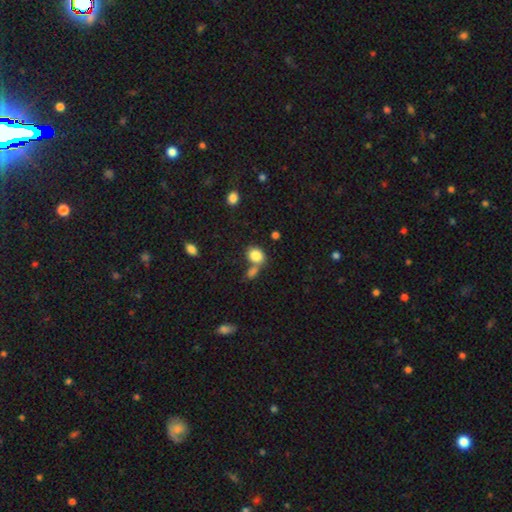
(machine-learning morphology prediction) smooth-or-featured: smooth: 85% | star or artifact: 9% | featured or disk: 6%
  how-rounded: in between: 54% | round: 45% | cigar-shaped: 1%
  merging: none: 43% | merger: 40% | minor disturbance: 12% | major disturbance: 5%